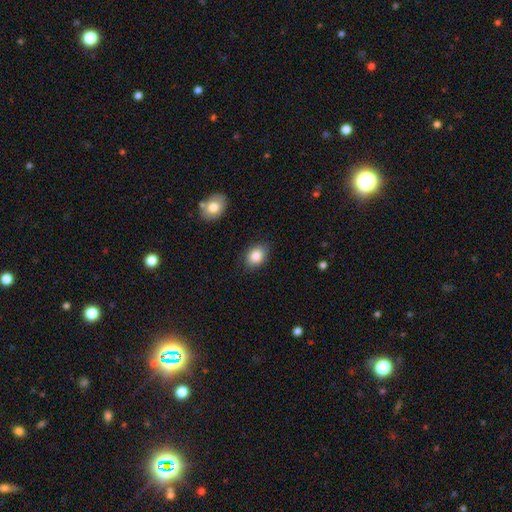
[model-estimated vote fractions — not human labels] smooth-or-featured: smooth: 86% | star or artifact: 8% | featured or disk: 6%
  how-rounded: in between: 72% | round: 27% | cigar-shaped: 1%
  merging: none: 83% | minor disturbance: 13% | major disturbance: 3% | merger: 2%